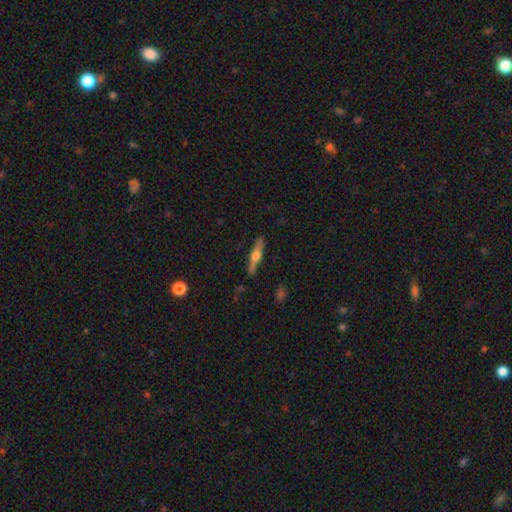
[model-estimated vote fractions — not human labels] This is likely a featured or disk galaxy (60%). It is clearly viewed edge-on (94%). Edge-on bulge: clearly rounded (93%). Merging: clearly none (86%).